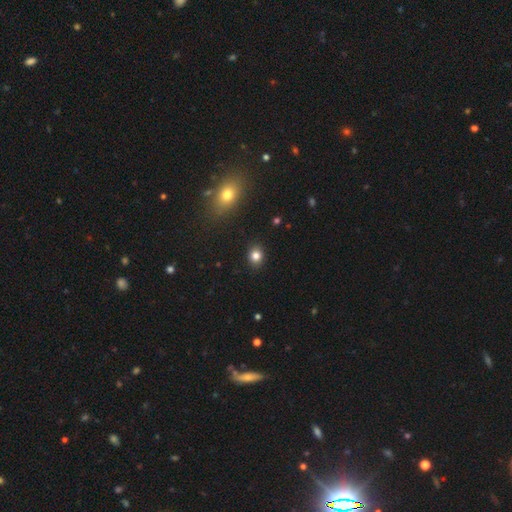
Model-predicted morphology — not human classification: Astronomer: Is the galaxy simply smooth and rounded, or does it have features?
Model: smooth — 83%.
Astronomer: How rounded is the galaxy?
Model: round — 63%.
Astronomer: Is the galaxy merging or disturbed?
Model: none — 89%.